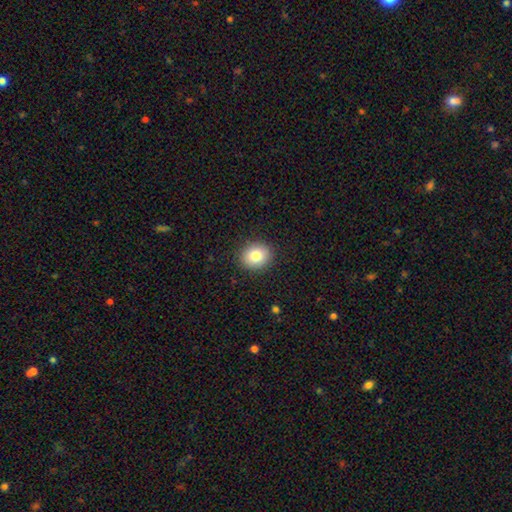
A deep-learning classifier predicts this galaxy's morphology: smooth_or_featured: smooth (p=0.81) [alt: star or artifact p=0.09]
how_rounded: round (p=0.70) [alt: in between p=0.29]
merging: none (p=0.90) [alt: minor disturbance p=0.07]